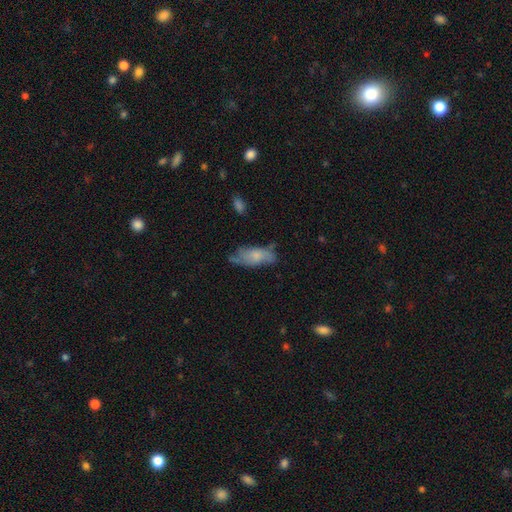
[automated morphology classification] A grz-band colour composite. It shows a smooth galaxy with no disk features (55%) that is in between round and cigar-shaped (79%). Merging: none (54%).